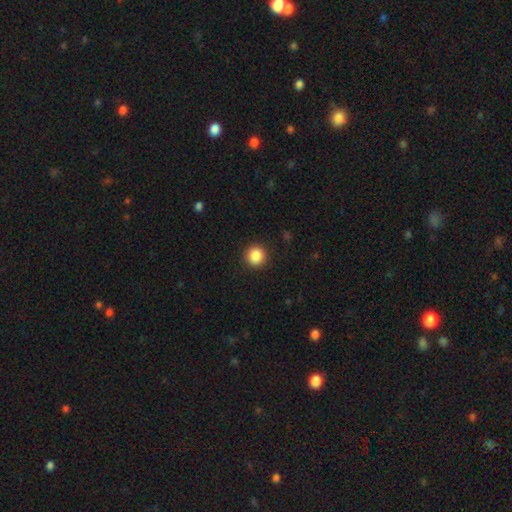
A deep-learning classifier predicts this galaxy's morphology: Smooth or featured?
  - smooth: 87% *
  - star or artifact: 10%
  - featured or disk: 4%
How rounded?
  - round: 94% *
  - in between: 5%
  - cigar-shaped: 1%
Merging?
  - none: 92% *
  - minor disturbance: 5%
  - major disturbance: 2%
  - merger: 1%